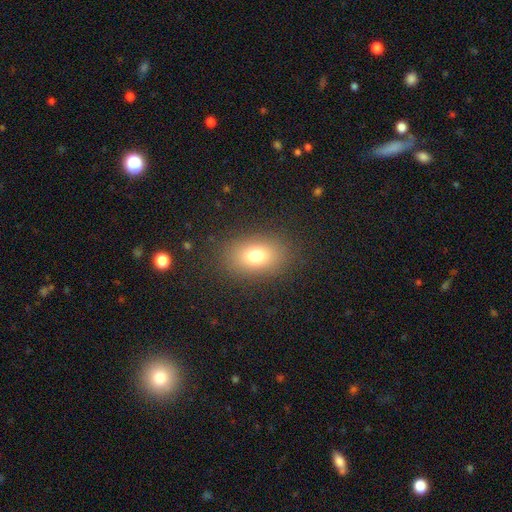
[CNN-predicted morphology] Q: Smooth or featured?
A: smooth (77%); runner-up: star or artifact (12%)
Q: How rounded?
A: in between (79%); runner-up: round (19%)
Q: Merging?
A: none (86%); runner-up: minor disturbance (9%)